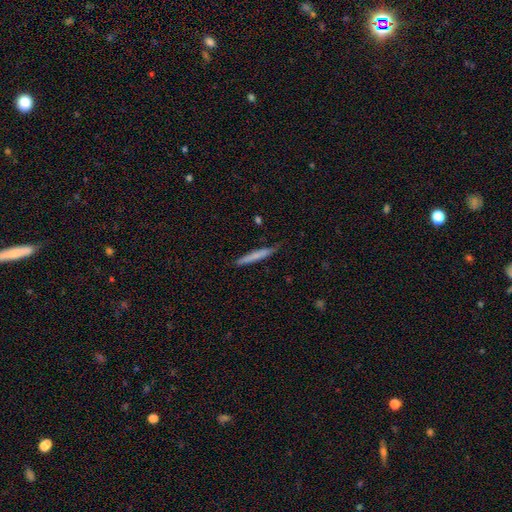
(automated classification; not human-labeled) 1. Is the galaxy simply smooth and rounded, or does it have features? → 67% smooth, 28% featured or disk, 5% star or artifact.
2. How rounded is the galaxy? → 96% cigar-shaped, 3% in between, 1% round.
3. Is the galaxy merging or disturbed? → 83% none, 13% minor disturbance, 2% major disturbance, 1% merger.